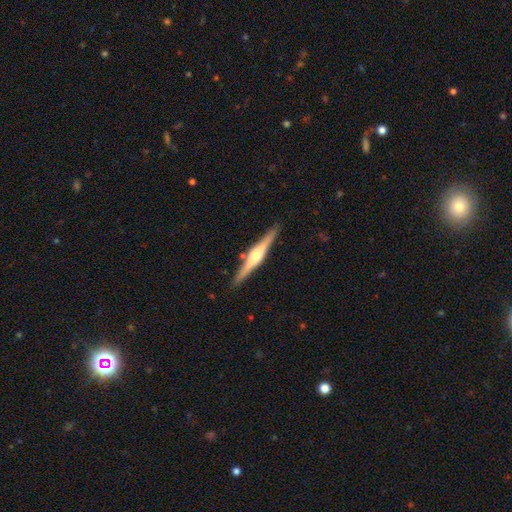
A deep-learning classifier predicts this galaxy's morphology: Overall: featured or disk (79%). Edge-on disk: yes (98%). Edge-on bulge: rounded (89%). Merging: none (90%).